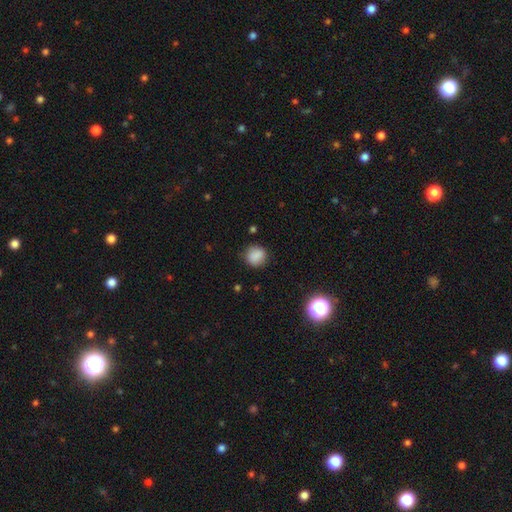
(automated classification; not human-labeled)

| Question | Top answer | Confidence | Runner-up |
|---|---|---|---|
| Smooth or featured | smooth | 85% | star or artifact (10%) |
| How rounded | round | 83% | in between (16%) |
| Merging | none | 83% | minor disturbance (12%) |